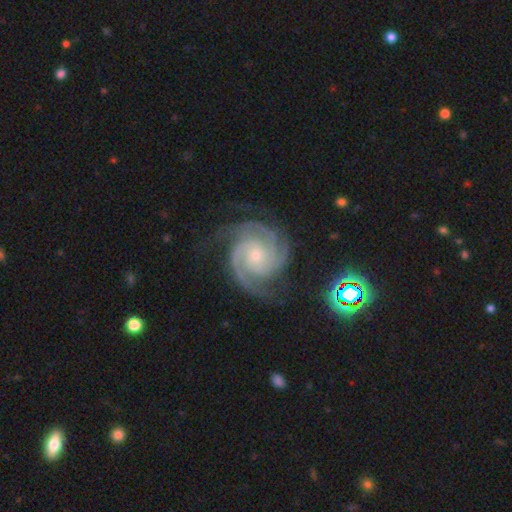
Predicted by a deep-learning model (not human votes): Q: Smooth or featured?
A: featured or disk (93%); runner-up: star or artifact (4%)
Q: Edge-on disk?
A: no (98%); runner-up: yes (2%)
Q: Bar?
A: no (72%); runner-up: weak (21%)
Q: Spiral arms?
A: yes (99%); runner-up: no (1%)
Q: Spiral winding?
A: tight (66%); runner-up: medium (31%)
Q: Spiral arm count?
A: 3 (43%); runner-up: 2 (26%)
Q: Bulge size?
A: small (71%); runner-up: moderate (25%)
Q: Merging?
A: none (74%); runner-up: minor disturbance (17%)